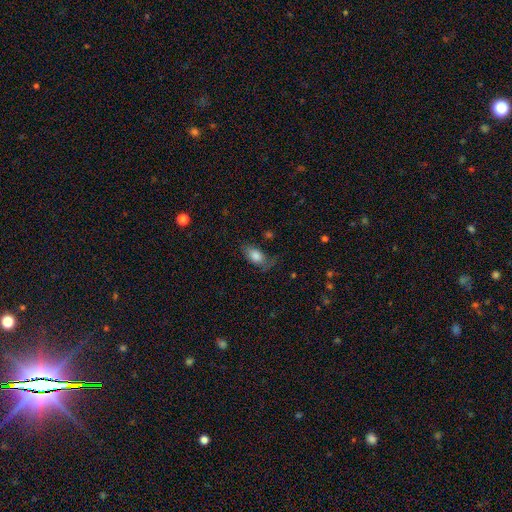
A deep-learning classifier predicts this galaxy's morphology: Q: Smooth or featured?
A: smooth (77%); runner-up: featured or disk (15%)
Q: How rounded?
A: in between (89%); runner-up: round (7%)
Q: Merging?
A: none (50%); runner-up: minor disturbance (29%)